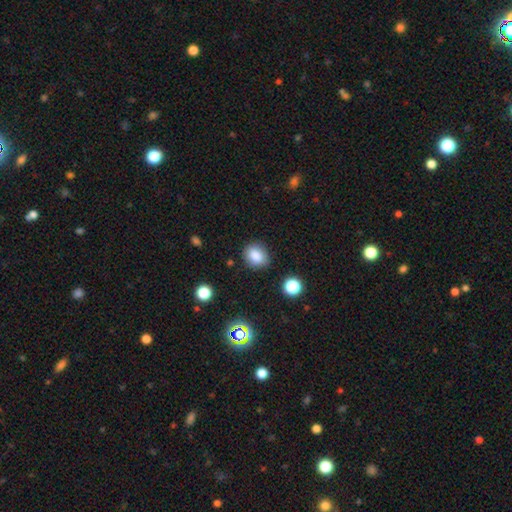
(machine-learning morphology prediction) smooth-or-featured: smooth: 83% | star or artifact: 11% | featured or disk: 6%
  how-rounded: round: 58% | in between: 41% | cigar-shaped: 1%
  merging: none: 84% | minor disturbance: 11% | major disturbance: 3% | merger: 2%